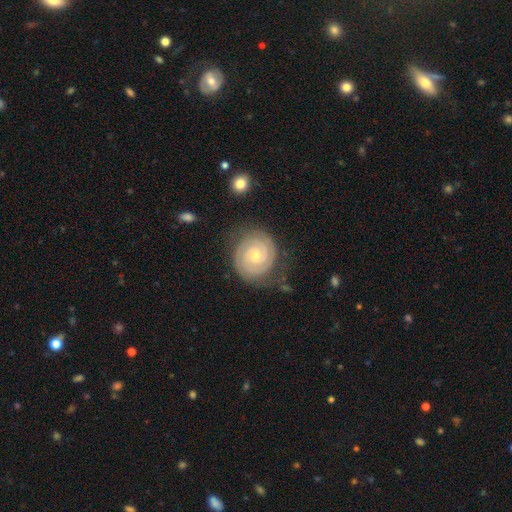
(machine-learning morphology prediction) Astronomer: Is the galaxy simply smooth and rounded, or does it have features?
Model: featured or disk — 85%.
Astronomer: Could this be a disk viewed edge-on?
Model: no — 98%.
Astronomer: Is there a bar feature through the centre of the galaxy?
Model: no — 66%.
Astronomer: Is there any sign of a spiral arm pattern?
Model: yes — 97%.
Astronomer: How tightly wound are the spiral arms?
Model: tight — 85%.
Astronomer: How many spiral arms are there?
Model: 2 — 77%.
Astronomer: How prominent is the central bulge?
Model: small — 72%.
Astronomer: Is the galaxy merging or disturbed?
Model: none — 77%.